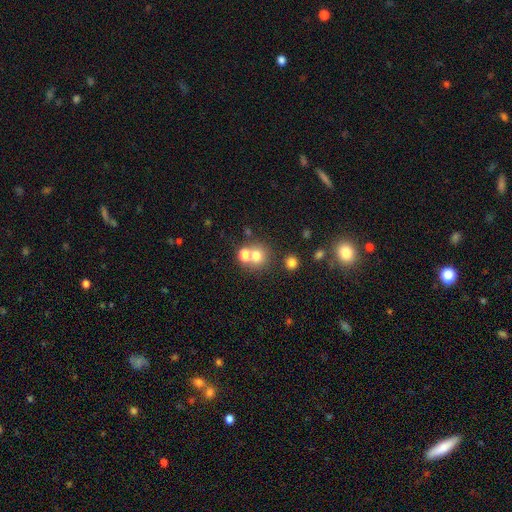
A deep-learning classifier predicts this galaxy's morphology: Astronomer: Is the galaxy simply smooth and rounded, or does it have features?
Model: smooth — 72%.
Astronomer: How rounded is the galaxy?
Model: round — 84%.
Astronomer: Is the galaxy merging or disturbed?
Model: none — 51% (runner-up: merger, 39%).